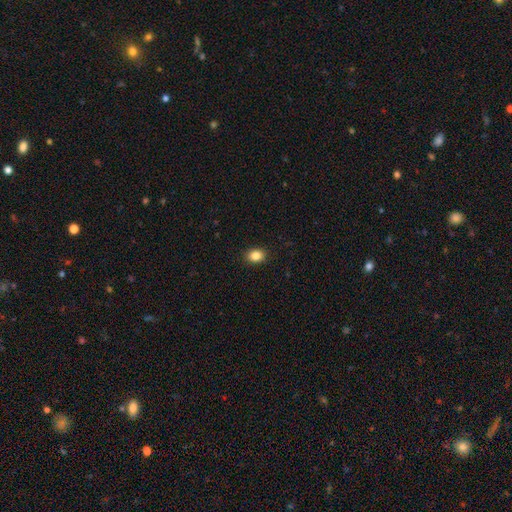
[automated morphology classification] The model was most divided on "how rounded": in between: 61%, round: 38%, cigar-shaped: 1%. More confident: merging — none (90%); smooth or featured — smooth (86%).